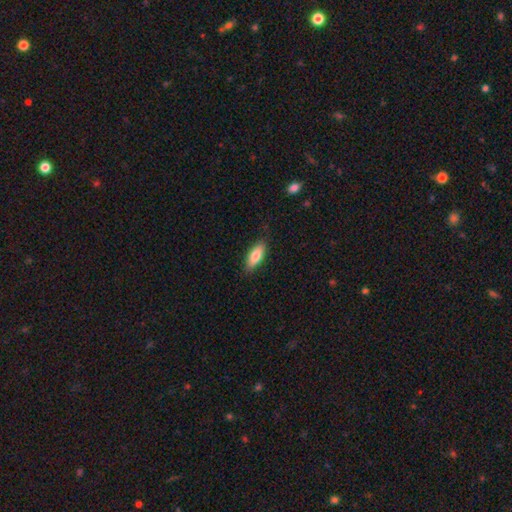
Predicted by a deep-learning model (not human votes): smooth-or-featured: smooth: 80% | featured or disk: 14% | star or artifact: 6%
  how-rounded: in between: 71% | cigar-shaped: 27% | round: 2%
  merging: none: 83% | minor disturbance: 14% | major disturbance: 2% | merger: 1%